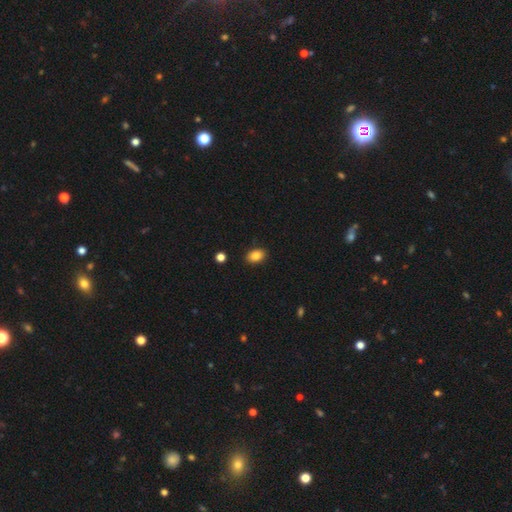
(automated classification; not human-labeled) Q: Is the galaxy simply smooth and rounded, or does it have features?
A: smooth — 85%.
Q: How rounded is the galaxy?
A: in between — 83%.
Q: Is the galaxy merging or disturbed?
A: none — 88%.